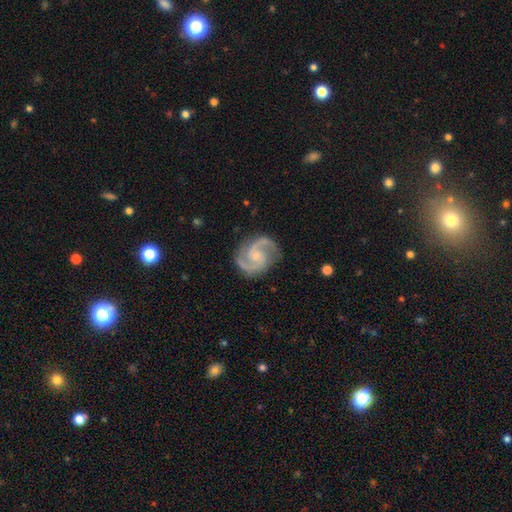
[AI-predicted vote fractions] The model was most divided on "bar": no: 56%, weak: 37%, strong: 7%. More confident: spiral arms — yes (98%); edge-on disk — no (98%); spiral arm count — 2 (94%); smooth or featured — featured or disk (93%); merging — none (83%); spiral winding — medium (64%); bulge size — small (57%).